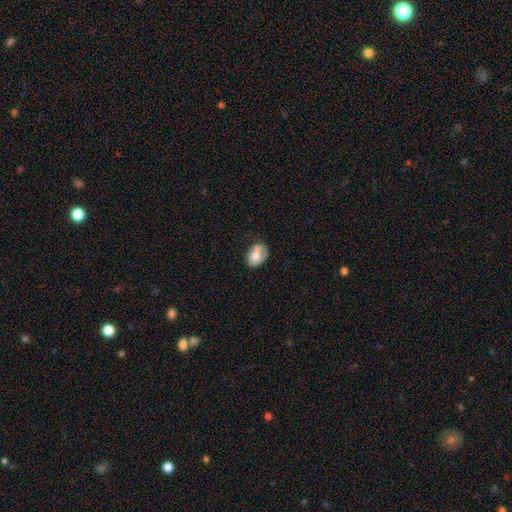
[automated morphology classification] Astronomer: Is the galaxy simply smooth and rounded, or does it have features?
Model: smooth — 66%.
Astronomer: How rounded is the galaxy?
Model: in between — 68%.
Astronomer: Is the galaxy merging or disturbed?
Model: none — 44% (runner-up: minor disturbance, 28%).